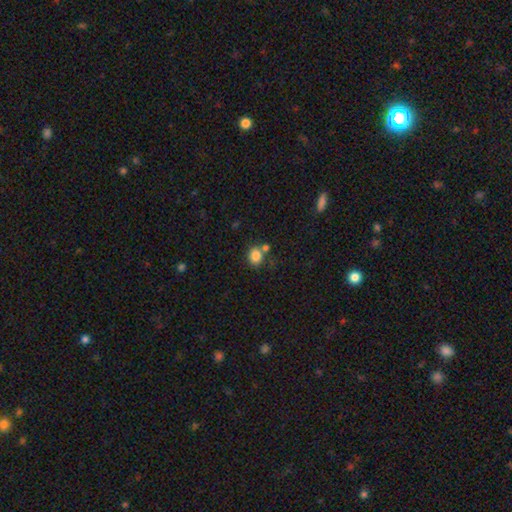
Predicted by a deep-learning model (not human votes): smooth_or_featured: smooth (p=0.83) [alt: star or artifact p=0.11]
how_rounded: round (p=0.67) [alt: in between p=0.32]
merging: none (p=0.62) [alt: merger p=0.22]